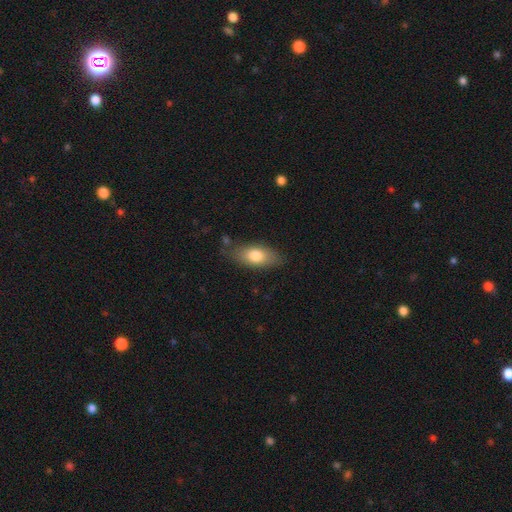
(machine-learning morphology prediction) Smooth or featured?
  - smooth: 77% *
  - featured or disk: 16%
  - star or artifact: 7%
How rounded?
  - in between: 85% *
  - cigar-shaped: 11%
  - round: 4%
Merging?
  - none: 75% *
  - minor disturbance: 18%
  - major disturbance: 5%
  - merger: 3%